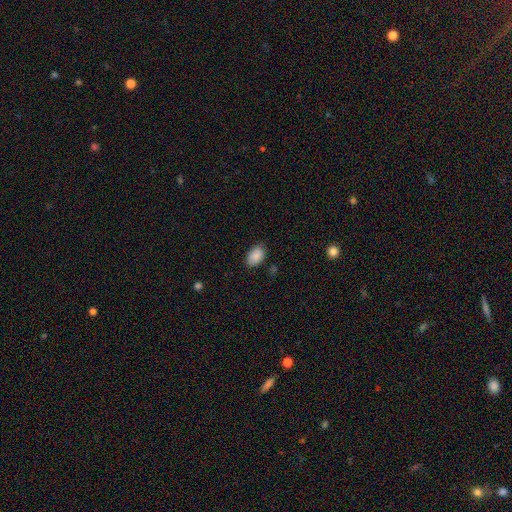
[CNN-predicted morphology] A smooth galaxy with no disk features (89%) that is in between round and cigar-shaped (91%). Merging: none (84%).